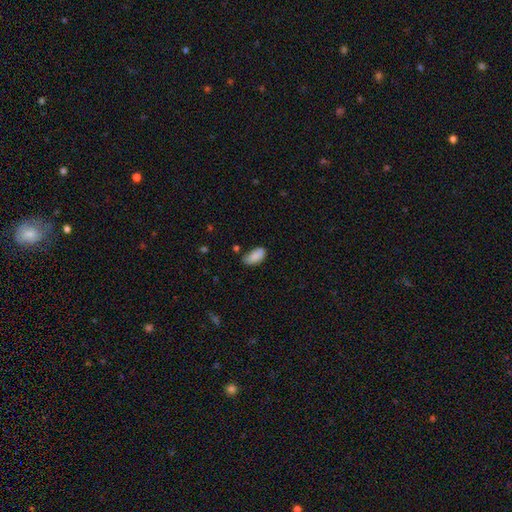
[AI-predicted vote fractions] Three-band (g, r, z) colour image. It shows a smooth galaxy with no disk features (85%) that is in between round and cigar-shaped (92%). Merging: none (63%).